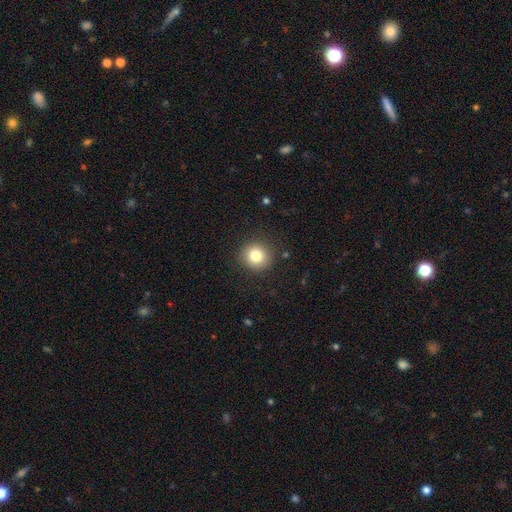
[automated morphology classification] This appears to be a smooth galaxy with no disk features (81%) that is round (92%). Merging: none (90%).